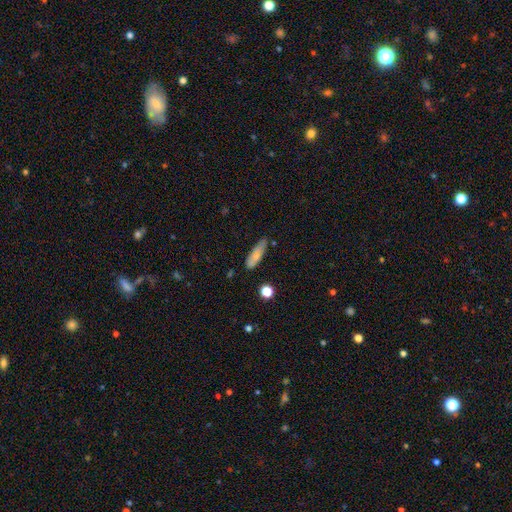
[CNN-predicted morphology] smooth-or-featured: smooth: 75% | featured or disk: 18% | star or artifact: 7%
  how-rounded: cigar-shaped: 59% | in between: 39% | round: 2%
  merging: none: 71% | minor disturbance: 22% | major disturbance: 4% | merger: 3%